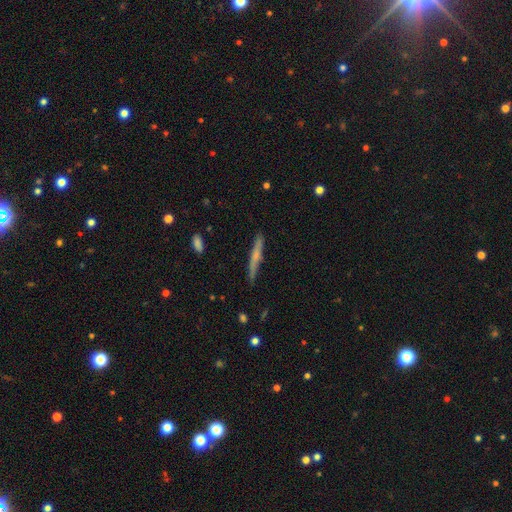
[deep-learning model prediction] Smooth or featured? Predicted: featured or disk (p=0.47). Merging? Predicted: none (p=0.82).